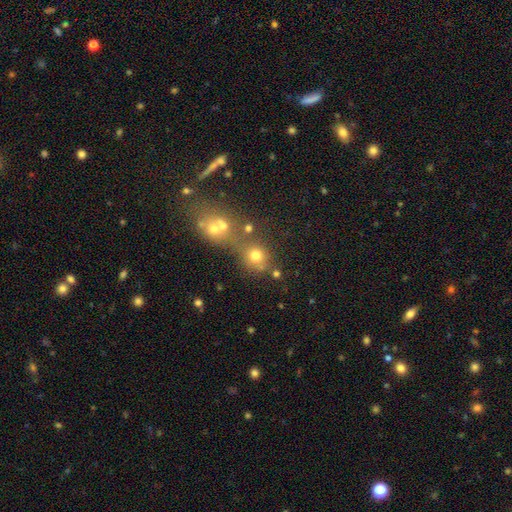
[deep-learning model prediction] smooth_or_featured: smooth (p=0.69) [alt: star or artifact p=0.19]
how_rounded: round (p=0.81) [alt: in between p=0.18]
merging: none (p=0.51) [alt: merger p=0.31]